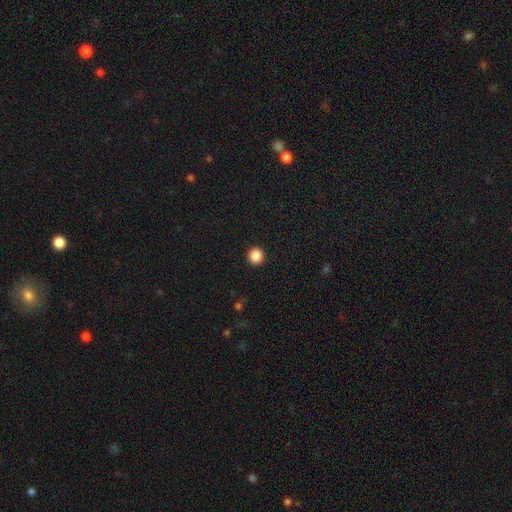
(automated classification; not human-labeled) smooth_or_featured: smooth (p=0.87) [alt: star or artifact p=0.10]
how_rounded: round (p=0.94) [alt: in between p=0.05]
merging: none (p=0.93) [alt: minor disturbance p=0.04]